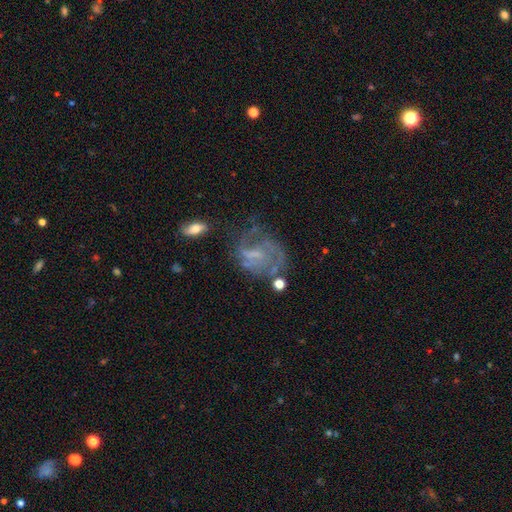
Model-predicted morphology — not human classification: smooth-or-featured: featured or disk: 66% | smooth: 21% | star or artifact: 13%
  disk-edge-on: no: 97% | yes: 3%
    bar: no: 51% | weak: 37% | strong: 11%
    has-spiral-arms: yes: 62% | no: 38%
    bulge-size: none: 53% | small: 29% | moderate: 15% | large: 2% | dominant: 1%
  merging: none: 41% | major disturbance: 31% | minor disturbance: 22% | merger: 7%